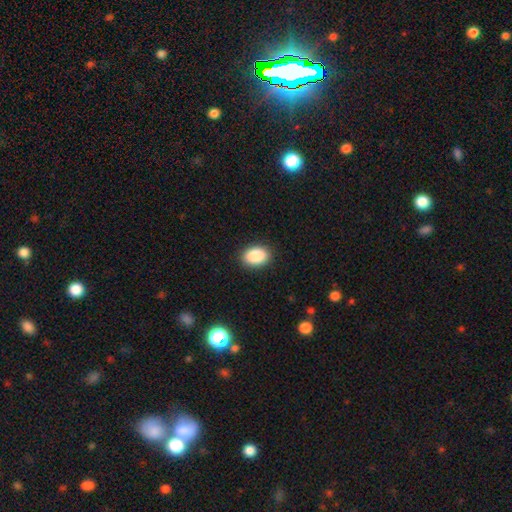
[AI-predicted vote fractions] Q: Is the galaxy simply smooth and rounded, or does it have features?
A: smooth — 90%.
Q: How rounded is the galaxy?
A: in between — 83%.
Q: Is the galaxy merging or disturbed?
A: none — 90%.